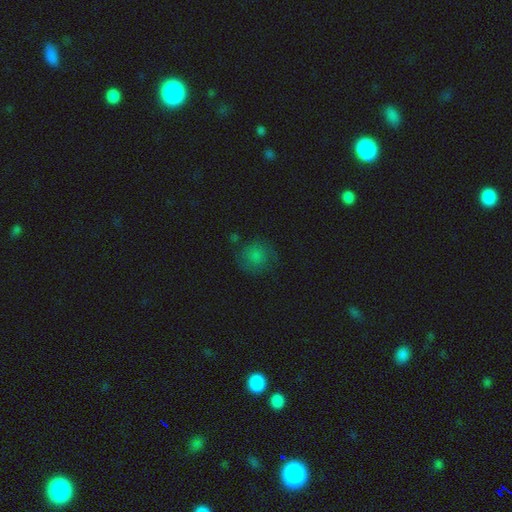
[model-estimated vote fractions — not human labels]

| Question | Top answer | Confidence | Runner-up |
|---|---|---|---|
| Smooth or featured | smooth | 70% | featured or disk (16%) |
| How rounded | round | 87% | in between (12%) |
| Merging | none | 68% | minor disturbance (20%) |